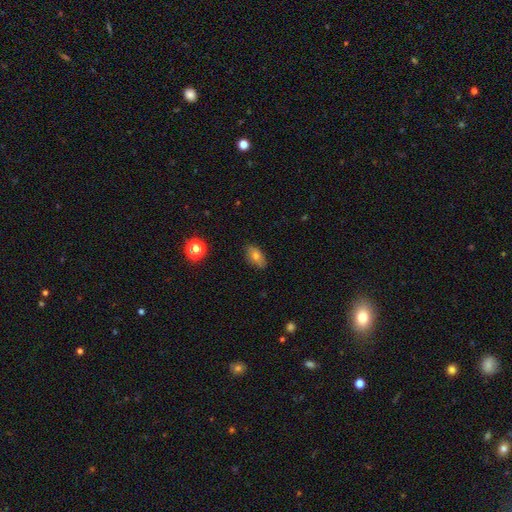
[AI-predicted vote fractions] This is likely a smooth galaxy (71%). How rounded: clearly in between (87%). Merging: likely none (79%).